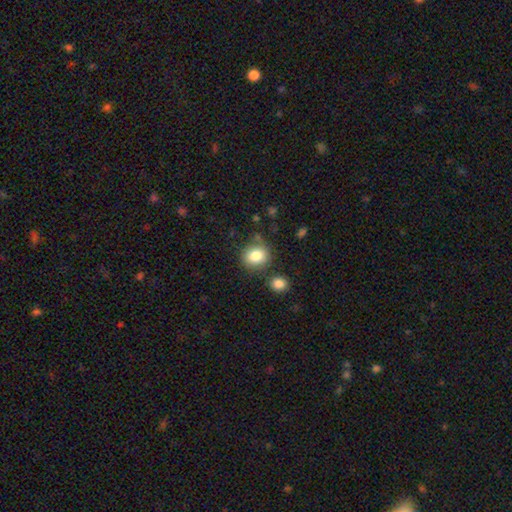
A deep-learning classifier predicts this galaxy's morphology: smooth 84%, star or artifact 9%, featured or disk 7%. Down the decision tree: how rounded — round (69%); merging — none (76%).